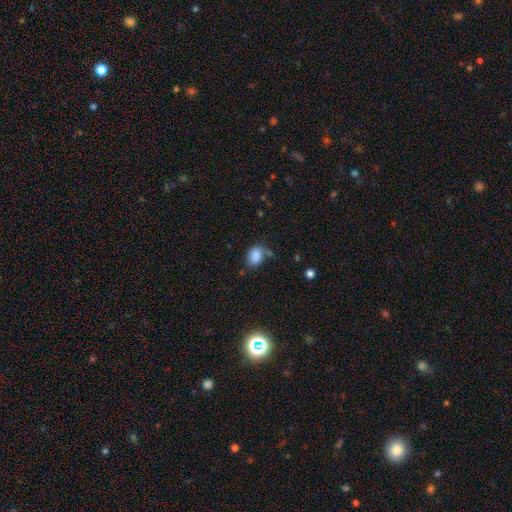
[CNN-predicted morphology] A smooth galaxy with no disk features (85%) that is in between round and cigar-shaped (77%). Merging: none (61%).